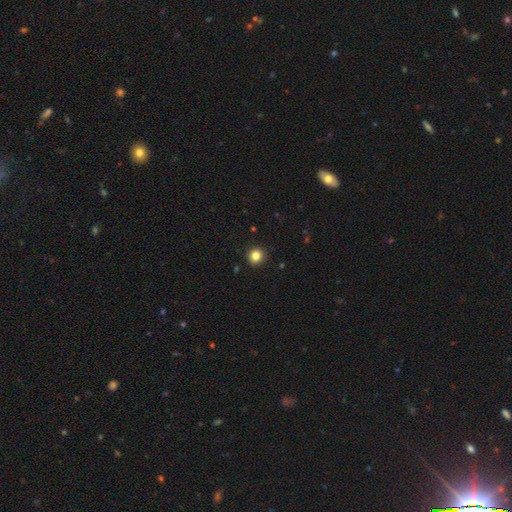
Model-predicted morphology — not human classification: This appears to be a smooth galaxy with no disk features (83%) that is round (92%). Merging: none (92%).